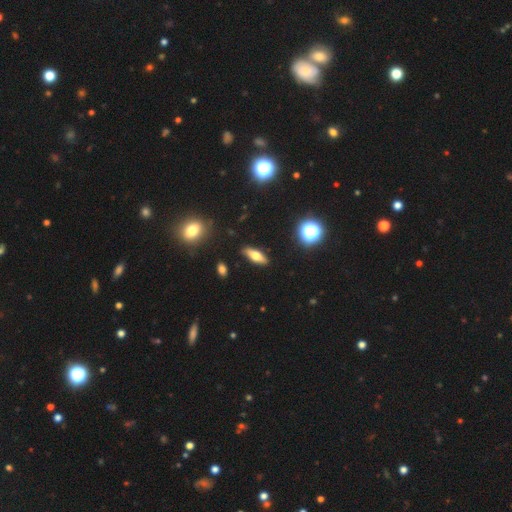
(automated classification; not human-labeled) This is possibly a smooth galaxy (56%). How rounded: possibly in between (56%). Merging: clearly none (86%).